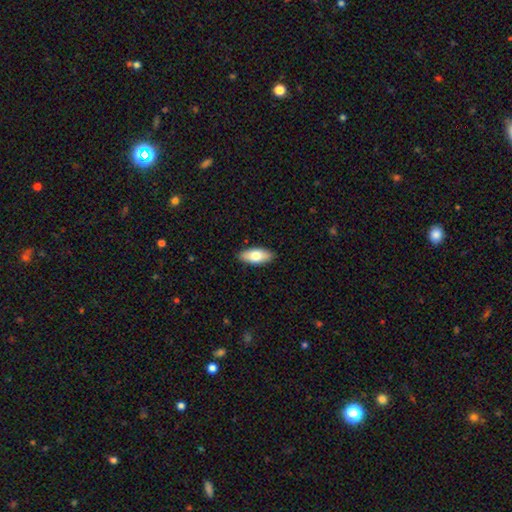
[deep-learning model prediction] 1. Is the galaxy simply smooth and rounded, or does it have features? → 75% smooth, 19% featured or disk, 6% star or artifact.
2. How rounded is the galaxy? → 84% in between, 13% cigar-shaped, 2% round.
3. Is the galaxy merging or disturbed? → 89% none, 8% minor disturbance, 2% major disturbance, 1% merger.